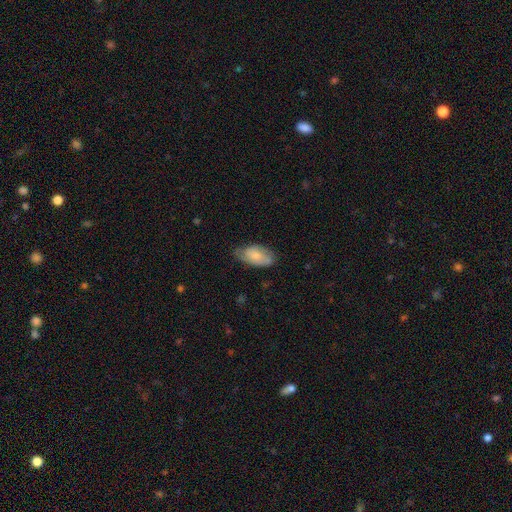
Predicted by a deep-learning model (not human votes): Q: Smooth or featured?
A: smooth (66%); runner-up: featured or disk (28%)
Q: How rounded?
A: in between (93%); runner-up: round (4%)
Q: Merging?
A: none (59%); runner-up: minor disturbance (33%)